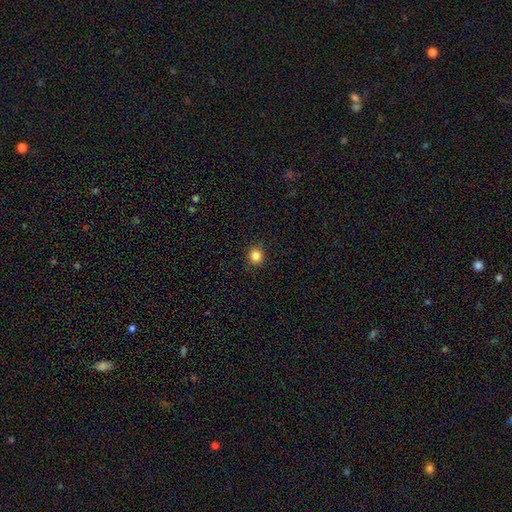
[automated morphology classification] This is clearly a smooth galaxy (84%). How rounded: clearly round (89%). Merging: clearly none (90%).